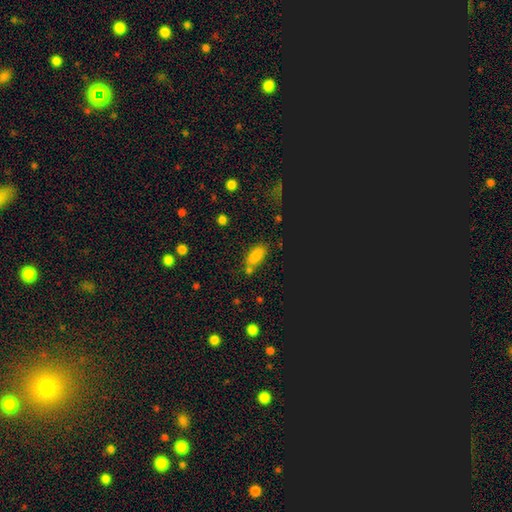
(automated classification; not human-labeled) Smooth or featured? smooth (77%)
How rounded? in between (86%)
Merging? none (65%)